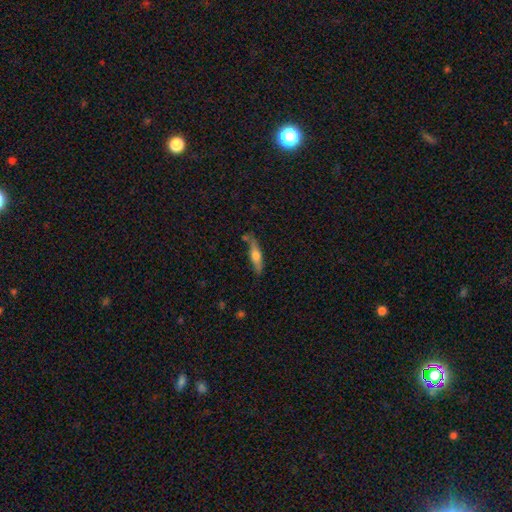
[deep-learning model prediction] The model was most divided on "smooth or featured": smooth: 54%, featured or disk: 39%, star or artifact: 6%. More confident: how rounded — cigar-shaped (73%); merging — none (73%).